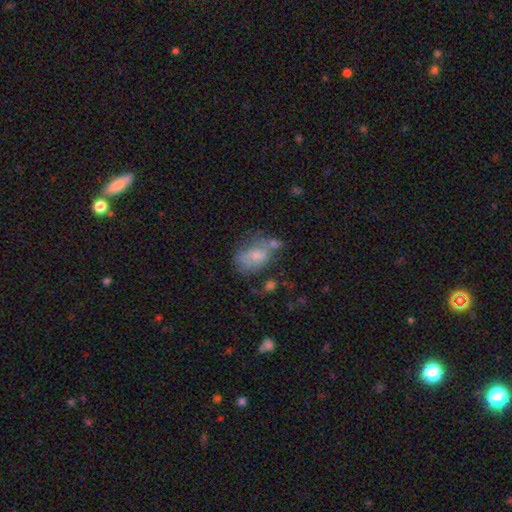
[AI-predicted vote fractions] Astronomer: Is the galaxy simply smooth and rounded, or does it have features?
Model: smooth — 60%.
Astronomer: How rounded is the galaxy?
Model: in between — 81%.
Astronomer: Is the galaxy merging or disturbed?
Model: none — 31% (runner-up: minor disturbance, 26%).